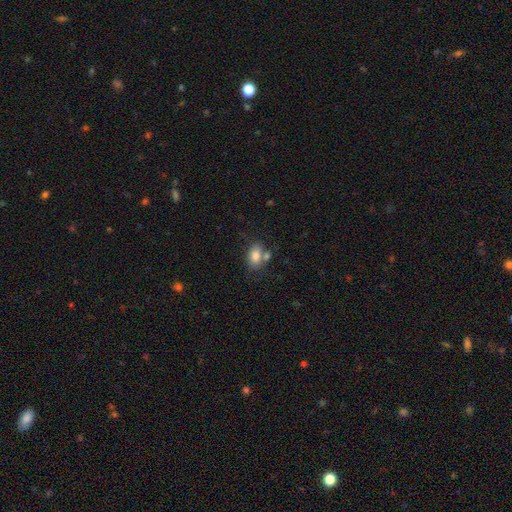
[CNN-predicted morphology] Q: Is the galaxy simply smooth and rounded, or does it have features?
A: smooth — 82%.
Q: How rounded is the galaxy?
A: in between — 85%.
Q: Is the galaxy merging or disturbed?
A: none — 57%.